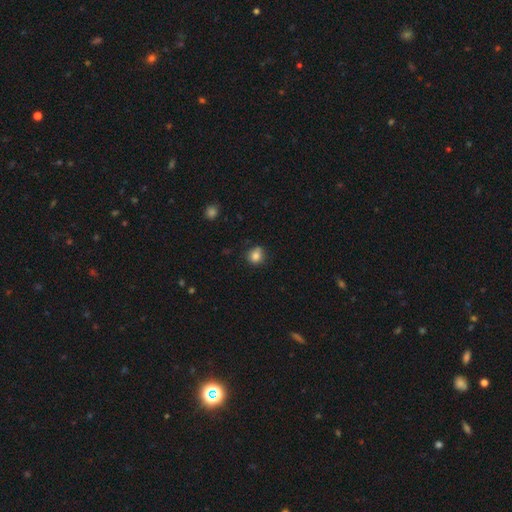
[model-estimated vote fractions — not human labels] Smooth or featured? Predicted: smooth (p=0.82). How rounded? Predicted: round (p=0.73). Merging? Predicted: none (p=0.71).